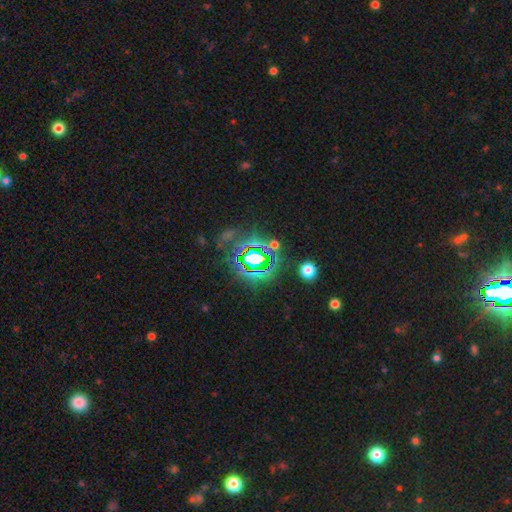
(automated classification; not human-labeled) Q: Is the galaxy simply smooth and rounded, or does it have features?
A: star or artifact — 69%.